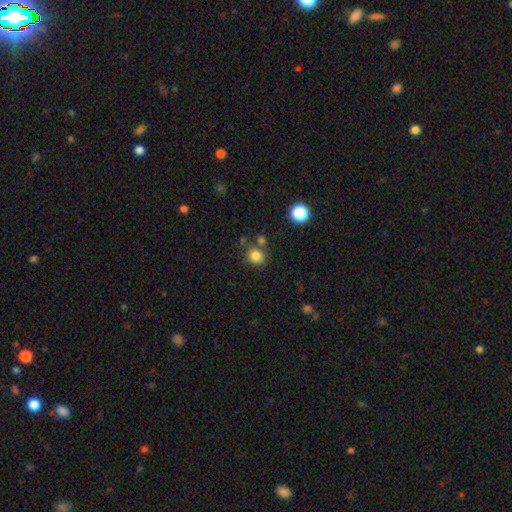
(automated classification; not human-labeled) This appears to be a smooth galaxy with no disk features (83%) that is round (79%). Merging: none (75%).